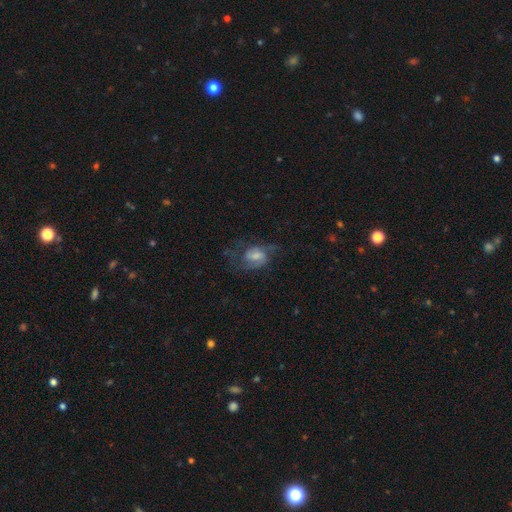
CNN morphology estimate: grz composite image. It shows a featured or disk galaxy (64%) with a weak bar (48%), 2 (67%) medium (49%) spiral arms (85%) and a moderate central bulge (42%). Merging: none (53%).